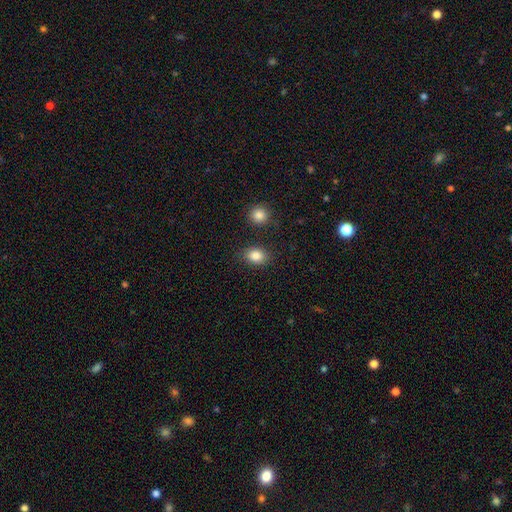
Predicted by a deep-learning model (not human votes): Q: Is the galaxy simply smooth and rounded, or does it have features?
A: smooth — 85%.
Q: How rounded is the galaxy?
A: in between — 55%.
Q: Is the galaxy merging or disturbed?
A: none — 84%.